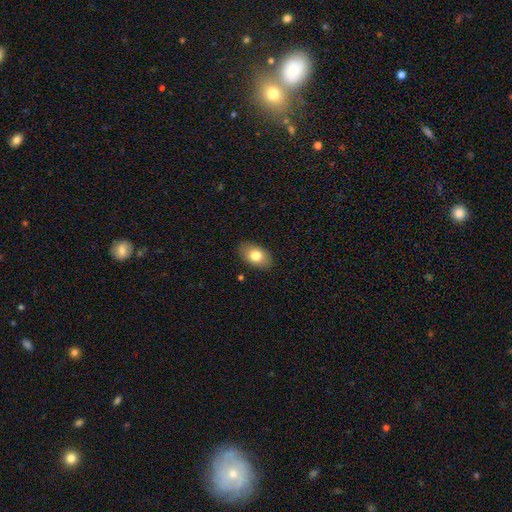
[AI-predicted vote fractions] smooth-or-featured: smooth: 78% | featured or disk: 15% | star or artifact: 8%
  how-rounded: in between: 89% | round: 10% | cigar-shaped: 1%
  merging: none: 86% | minor disturbance: 10% | major disturbance: 2% | merger: 1%